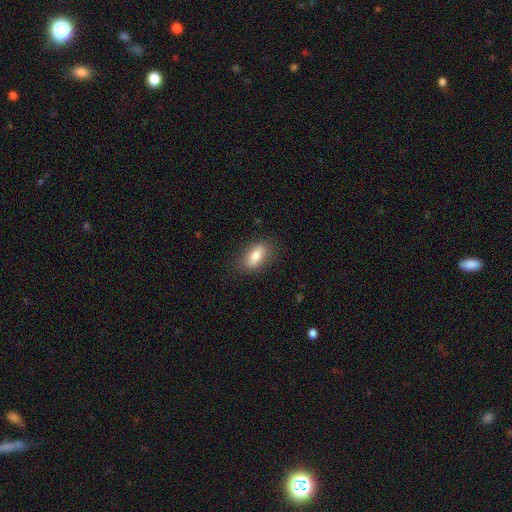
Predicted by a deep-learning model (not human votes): Smooth or featured? smooth (80%)
How rounded? in between (84%)
Merging? none (82%)